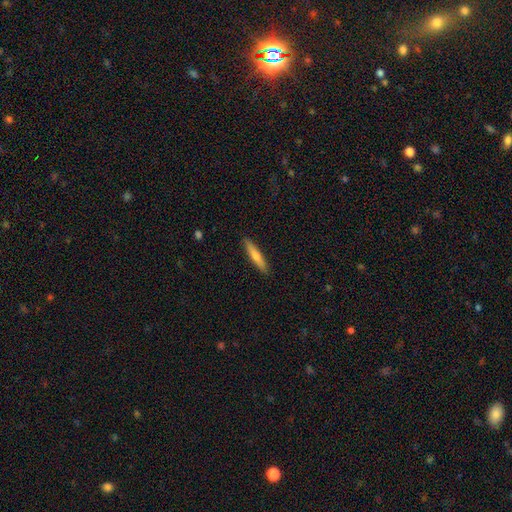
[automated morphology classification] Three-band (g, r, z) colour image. It shows a smooth galaxy with no disk features (63%) that is cigar-shaped (91%). Merging: none (91%).